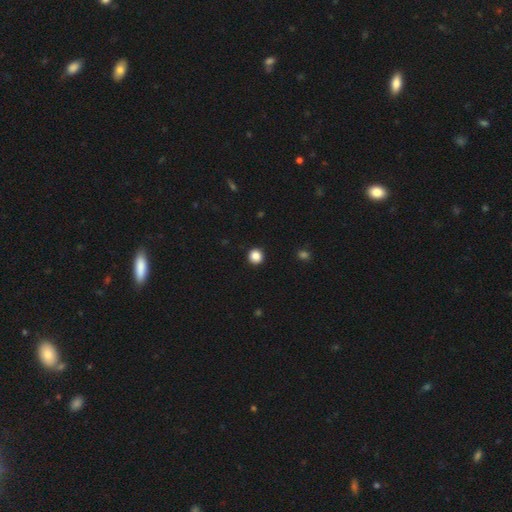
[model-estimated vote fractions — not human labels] Morphology: type=smooth (87%); roundness=round (94%); merging=none (93%).